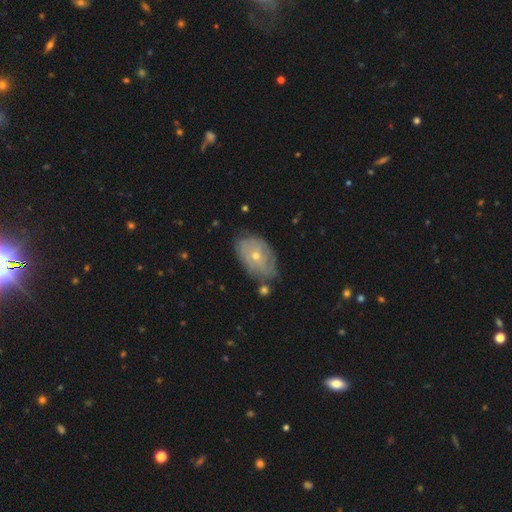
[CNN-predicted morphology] This appears to be a featured or disk galaxy (61%) with no bar (81%), spiral arms (67%) and a small central bulge (56%). Merging: none (67%).